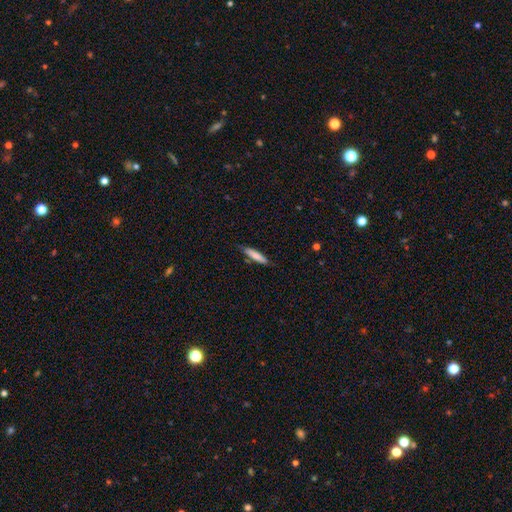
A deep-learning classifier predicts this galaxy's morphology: Q: Smooth or featured?
A: smooth (78%); runner-up: featured or disk (17%)
Q: How rounded?
A: cigar-shaped (84%); runner-up: in between (14%)
Q: Merging?
A: none (79%); runner-up: minor disturbance (16%)